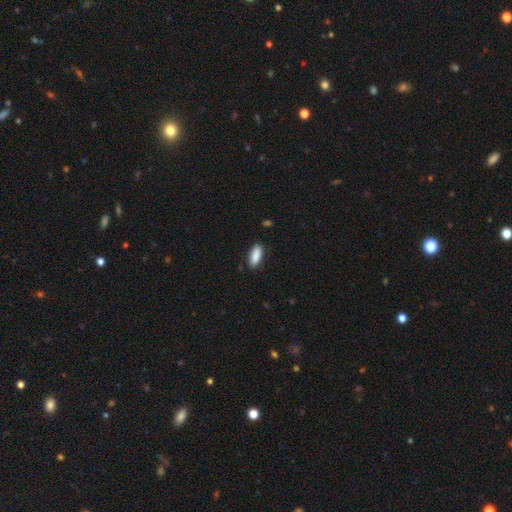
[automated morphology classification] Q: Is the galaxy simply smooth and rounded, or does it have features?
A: smooth — 89%.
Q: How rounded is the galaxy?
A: in between — 78%.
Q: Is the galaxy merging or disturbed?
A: none — 86%.